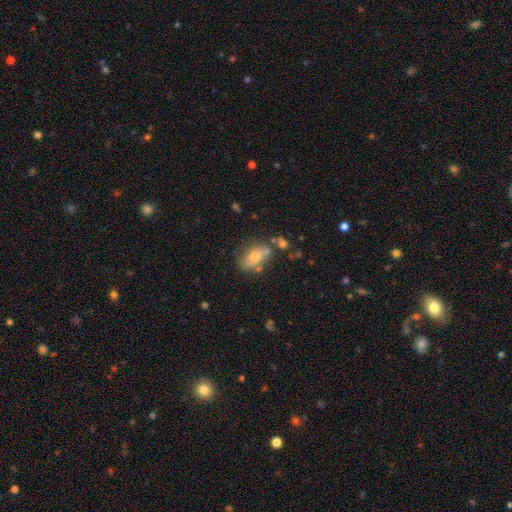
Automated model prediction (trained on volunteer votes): smooth 68%, featured or disk 22%, star or artifact 10%. Down the decision tree: how rounded — in between (86%); merging — none (57%).